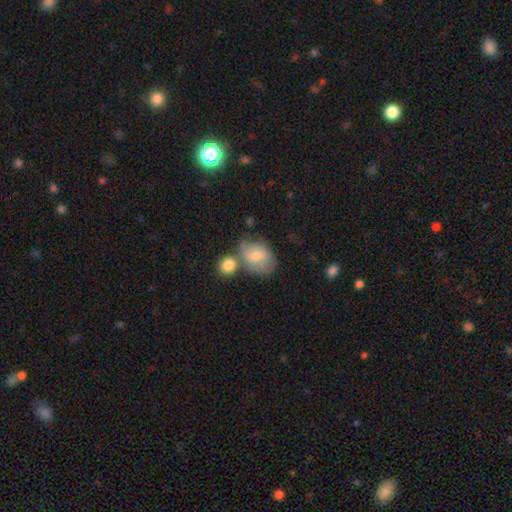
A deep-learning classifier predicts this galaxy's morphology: A smooth galaxy with no disk features (60%) that is in between round and cigar-shaped (63%).

Vote fractions:
- Smooth or featured? smooth: 60% / featured or disk: 29% / star or artifact: 11%
- How rounded? in between: 63% / round: 36% / cigar-shaped: 1%
- Merging? none: 50% / merger: 23% / minor disturbance: 20% / major disturbance: 7%